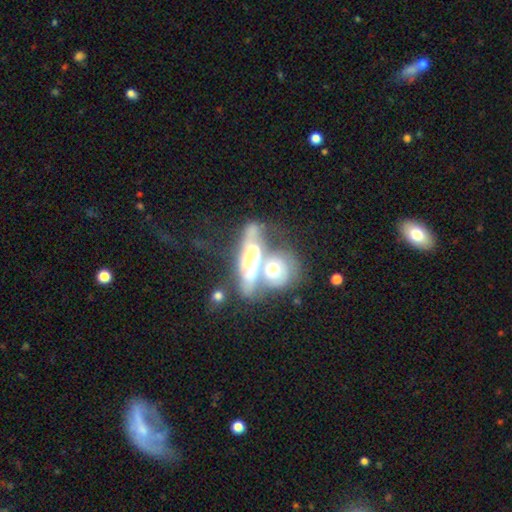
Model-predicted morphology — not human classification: featured or disk 62%, smooth 29%, star or artifact 9%. Down the decision tree: edge-on disk — no (79%); merging — merger (64%).